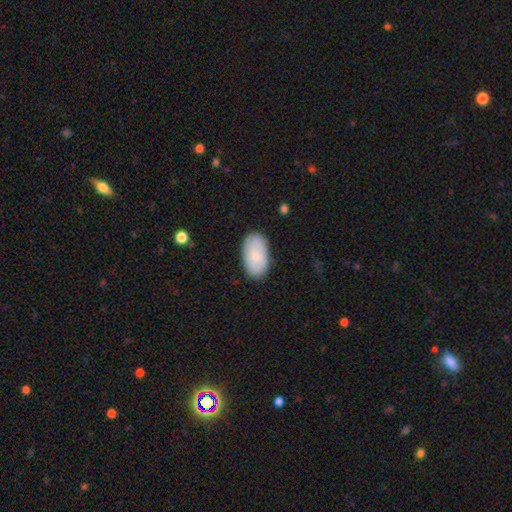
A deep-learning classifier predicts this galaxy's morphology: Overall: smooth (78%). How rounded: in between (95%). Merging: none (84%).